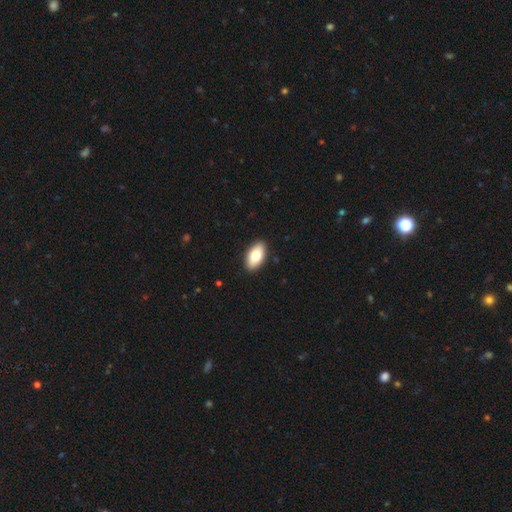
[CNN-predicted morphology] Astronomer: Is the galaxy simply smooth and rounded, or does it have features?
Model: smooth — 78%.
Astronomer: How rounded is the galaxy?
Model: in between — 93%.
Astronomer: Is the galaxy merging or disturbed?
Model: none — 91%.